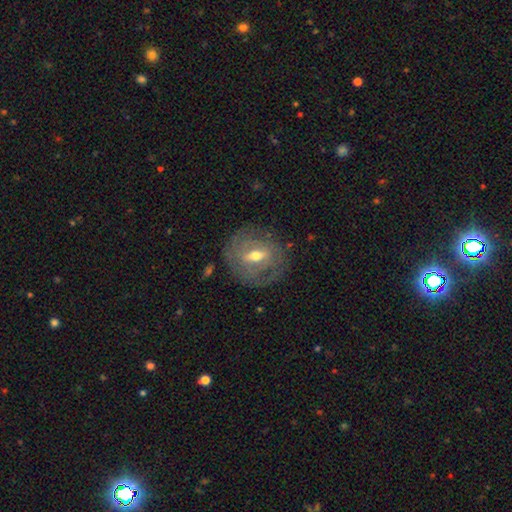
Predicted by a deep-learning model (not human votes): Morphology: type=featured or disk (71%); edge-on=no (86%); bar=strong (43%); spiral arms=yes (50%, tied with no); bulge=moderate (70%); merging=none (76%).